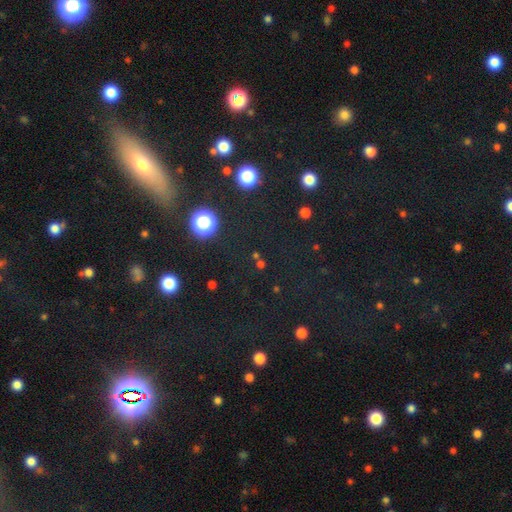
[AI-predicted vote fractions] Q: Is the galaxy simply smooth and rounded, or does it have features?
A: star or artifact — 57%.